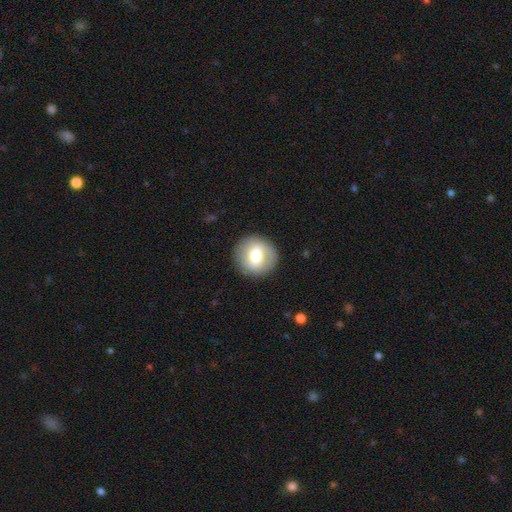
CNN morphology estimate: The model was most divided on "smooth or featured": smooth: 66%, featured or disk: 27%, star or artifact: 7%. More confident: how rounded — round (91%); merging — none (89%).